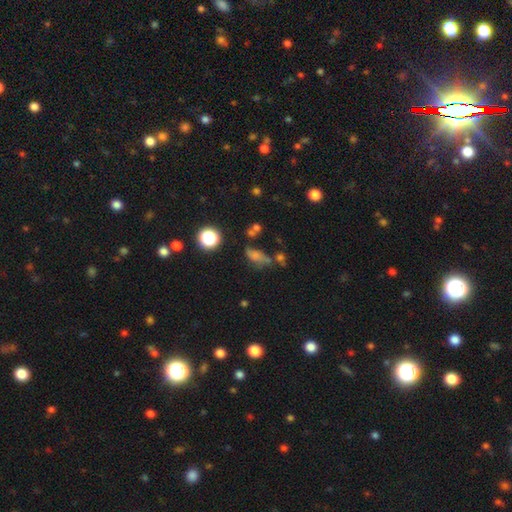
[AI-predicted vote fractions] Smooth or featured? smooth (53%)
How rounded? in between (67%)
Merging? none (49%)